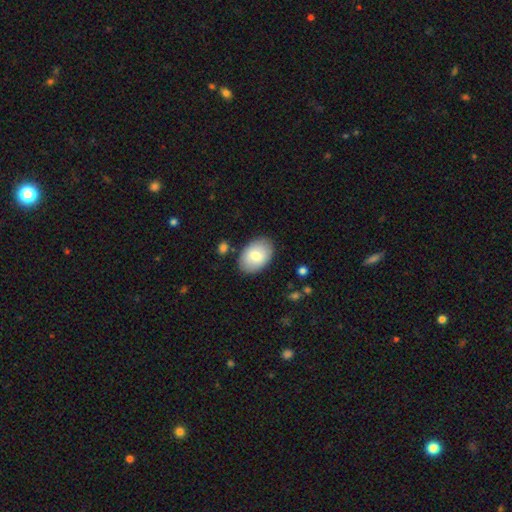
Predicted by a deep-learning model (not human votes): This appears to be a smooth galaxy with no disk features (78%) that is in between round and cigar-shaped (86%). Merging: none (84%).